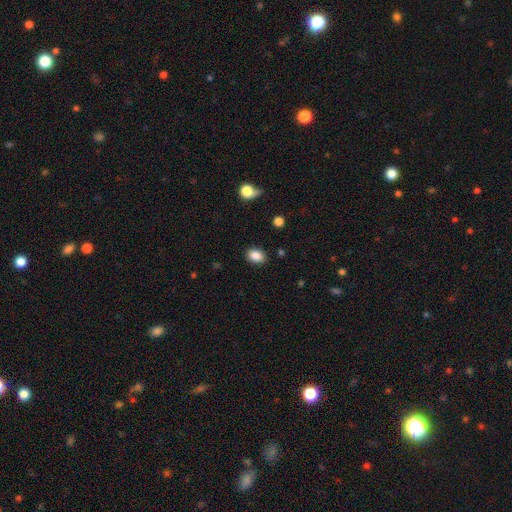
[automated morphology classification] Smooth or featured?
  - smooth: 86% *
  - star or artifact: 9%
  - featured or disk: 5%
How rounded?
  - in between: 73% *
  - round: 26%
  - cigar-shaped: 1%
Merging?
  - none: 88% *
  - minor disturbance: 9%
  - major disturbance: 2%
  - merger: 1%